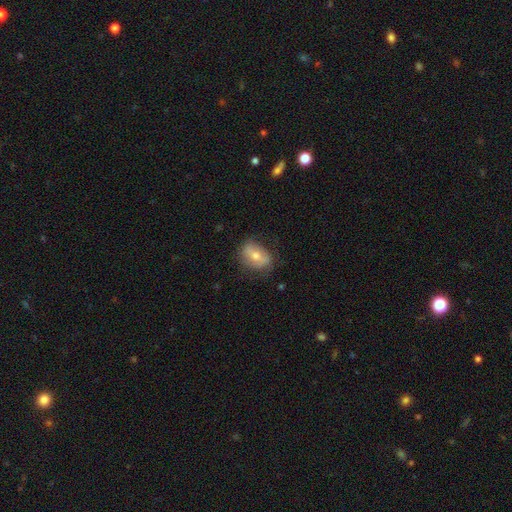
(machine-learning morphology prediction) smooth 53%, featured or disk 38%, star or artifact 9%. Down the decision tree: how rounded — in between (77%); merging — none (71%).